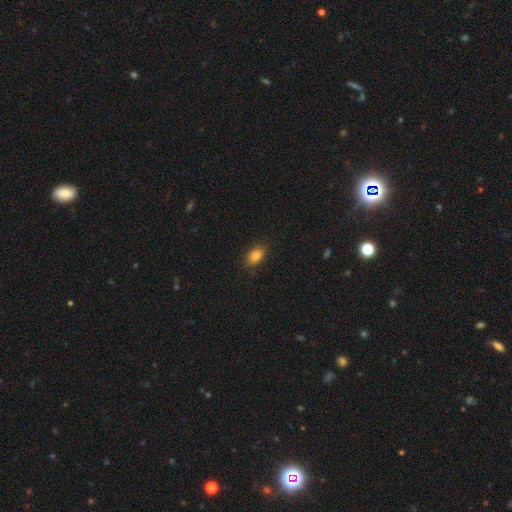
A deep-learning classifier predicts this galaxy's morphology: smooth_or_featured: smooth (p=0.83) [alt: star or artifact p=0.10]
how_rounded: in between (p=0.85) [alt: round p=0.13]
merging: none (p=0.83) [alt: minor disturbance p=0.13]